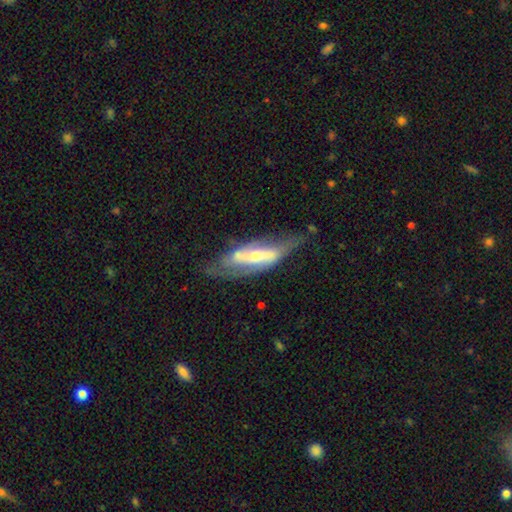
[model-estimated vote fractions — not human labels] Smooth or featured? featured or disk (77%)
Edge-on disk? no (76%)
Bar? strong (58%)
Spiral arms? yes (75%)
Bulge size? small (47%)
Merging? none (54%)